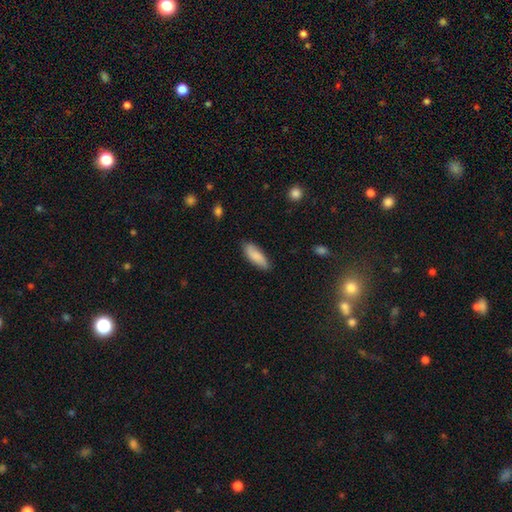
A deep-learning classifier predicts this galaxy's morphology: Overall: smooth (83%). How rounded: in between (62%; cigar-shaped 36%). Merging: none (82%).